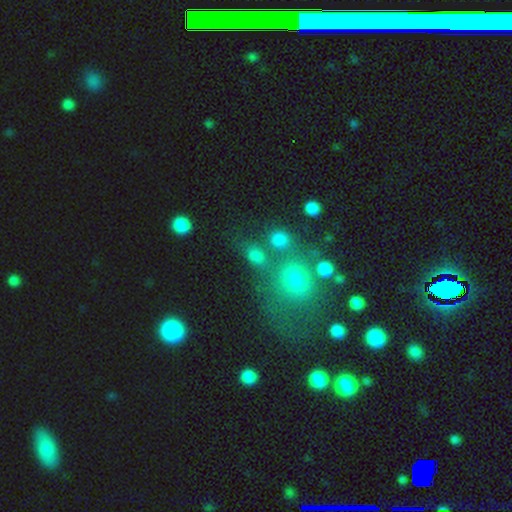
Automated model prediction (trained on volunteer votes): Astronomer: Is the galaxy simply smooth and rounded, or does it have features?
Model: smooth — 71%.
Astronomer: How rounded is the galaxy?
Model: round — 51% (runner-up: in between, 45%).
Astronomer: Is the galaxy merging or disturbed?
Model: none — 56%.